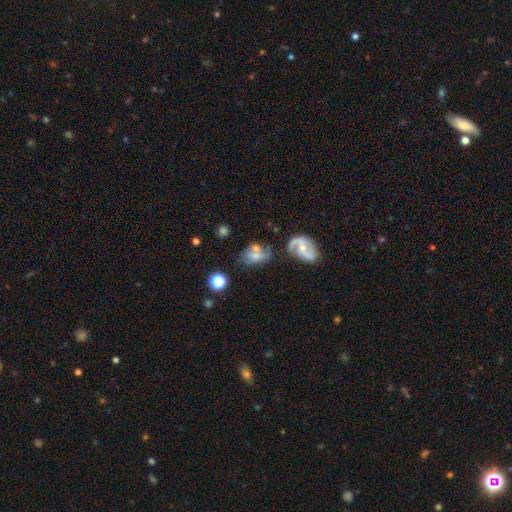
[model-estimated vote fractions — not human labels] Smooth or featured? Predicted: smooth (p=0.47). Merging? Predicted: none (p=0.36).